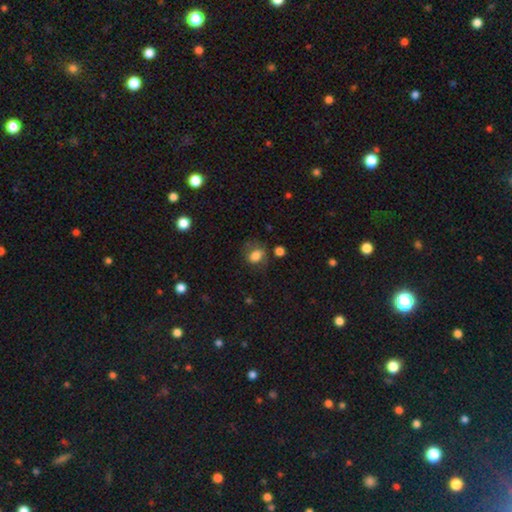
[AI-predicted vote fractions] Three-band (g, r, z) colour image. It shows a smooth galaxy with no disk features (76%) that is round (51%). Merging: none (58%).